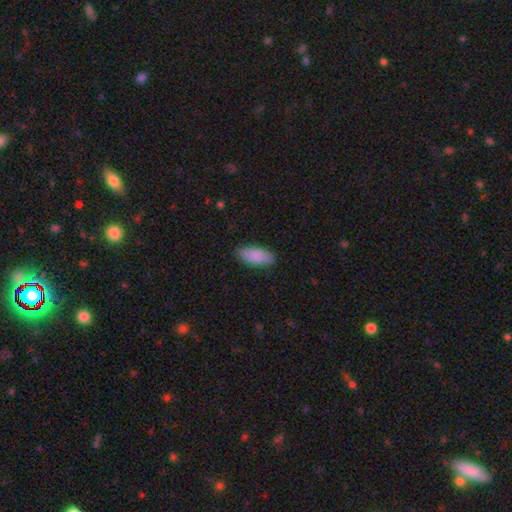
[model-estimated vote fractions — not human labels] smooth-or-featured: smooth: 86% | featured or disk: 8% | star or artifact: 6%
  how-rounded: in between: 88% | cigar-shaped: 10% | round: 2%
  merging: none: 84% | minor disturbance: 12% | major disturbance: 2% | merger: 1%